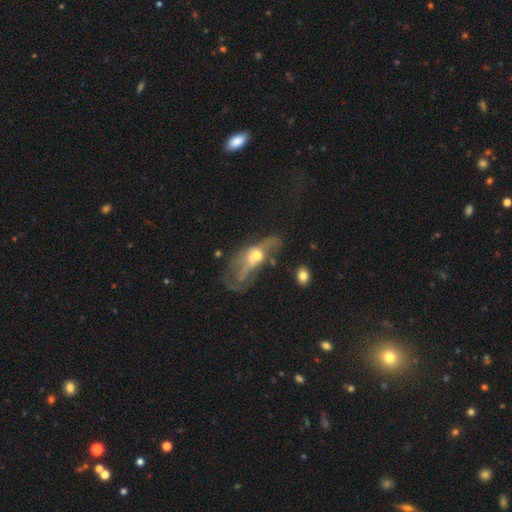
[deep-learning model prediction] smooth_or_featured: featured or disk (p=0.57) [alt: smooth p=0.31]
disk_edge_on: no (p=0.84) [alt: yes p=0.16]
merging: major disturbance (p=0.42) [alt: merger p=0.24]